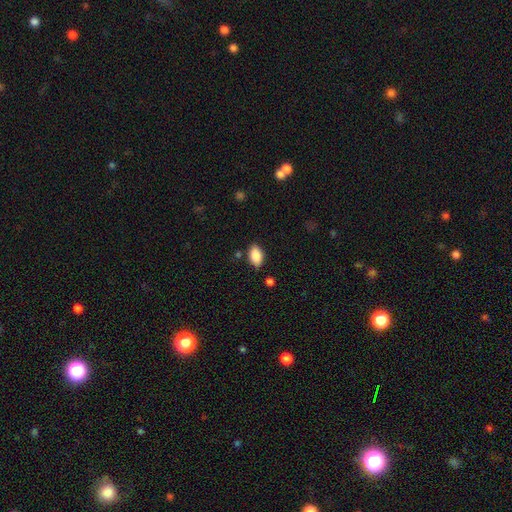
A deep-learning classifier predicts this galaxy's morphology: A smooth galaxy with no disk features (87%) that is in between round and cigar-shaped (92%). Merging: none (82%).